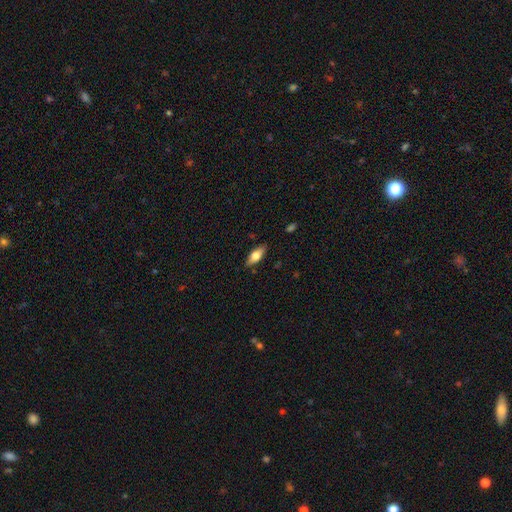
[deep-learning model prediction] Smooth or featured: smooth — 61% (featured or disk — 32%)
How rounded: in between — 75% (cigar-shaped — 22%)
Merging: none — 85% (minor disturbance — 11%)